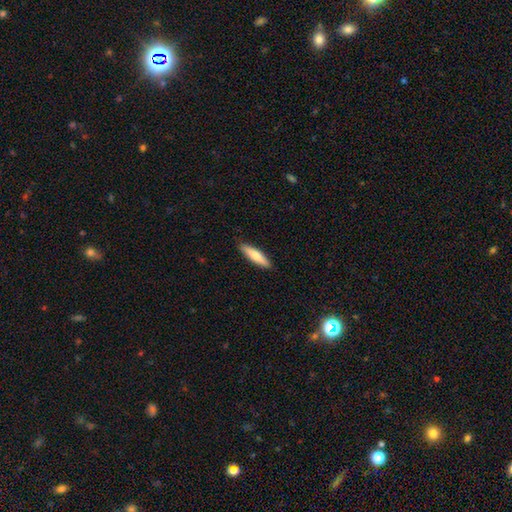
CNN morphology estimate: type=smooth (71%); roundness=cigar-shaped (76%); merging=none (90%).